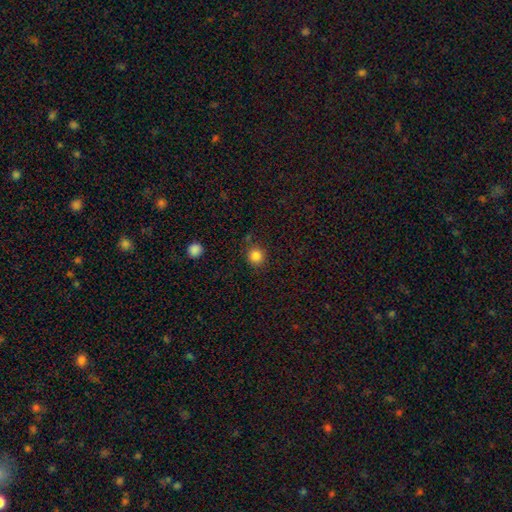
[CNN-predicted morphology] Smooth or featured? Predicted: smooth (p=0.84). How rounded? Predicted: round (p=0.92). Merging? Predicted: none (p=0.85).